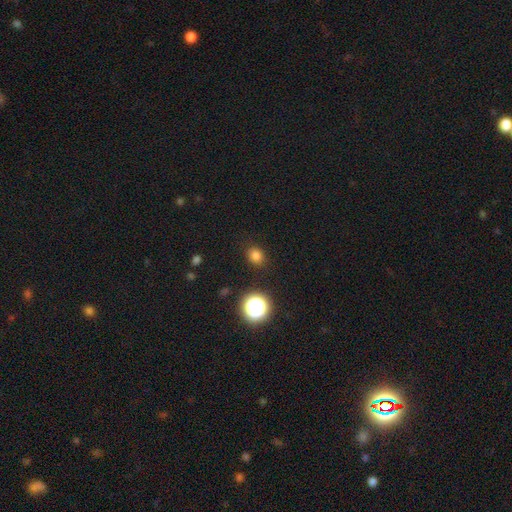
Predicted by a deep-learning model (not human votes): A smooth galaxy with no disk features (79%) that is round (69%). Merging: none (88%).